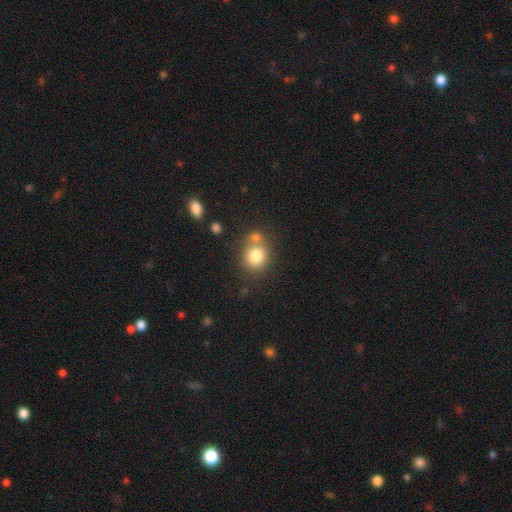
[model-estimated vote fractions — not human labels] smooth-or-featured: smooth: 80% | star or artifact: 10% | featured or disk: 9%
  how-rounded: round: 81% | in between: 19% | cigar-shaped: 1%
  merging: none: 60% | merger: 26% | minor disturbance: 11% | major disturbance: 4%